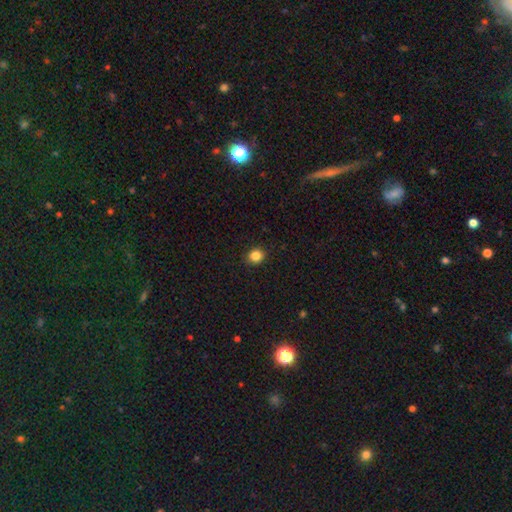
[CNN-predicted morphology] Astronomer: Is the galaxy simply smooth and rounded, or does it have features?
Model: smooth — 84%.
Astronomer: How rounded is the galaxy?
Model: round — 82%.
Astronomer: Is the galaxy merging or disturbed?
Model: none — 92%.